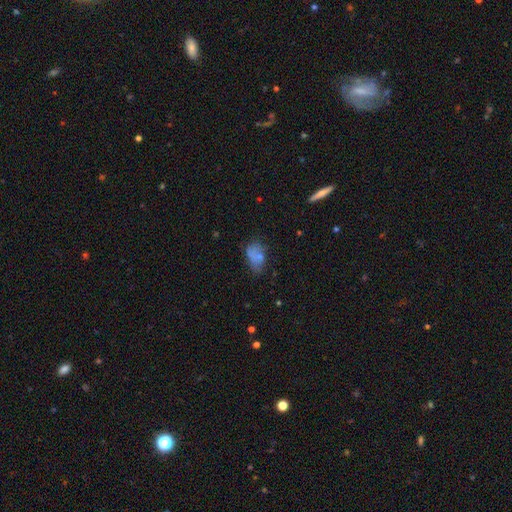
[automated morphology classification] Smooth or featured: smooth — 66% (featured or disk — 20%)
How rounded: in between — 84% (round — 14%)
Merging: none — 38% (minor disturbance — 29%)